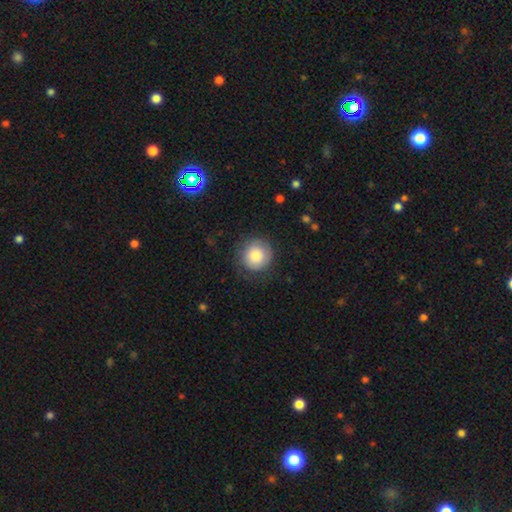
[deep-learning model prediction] smooth-or-featured: smooth: 82% | featured or disk: 11% | star or artifact: 7%
  how-rounded: round: 94% | in between: 5% | cigar-shaped: 1%
  merging: none: 78% | minor disturbance: 14% | major disturbance: 6% | merger: 1%